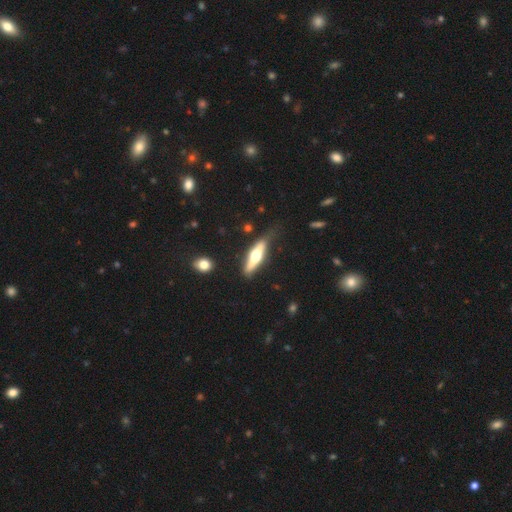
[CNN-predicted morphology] featured or disk 60%, smooth 35%, star or artifact 5%. Down the decision tree: edge-on disk — yes (92%); edge-on bulge — rounded (93%); merging — none (76%).